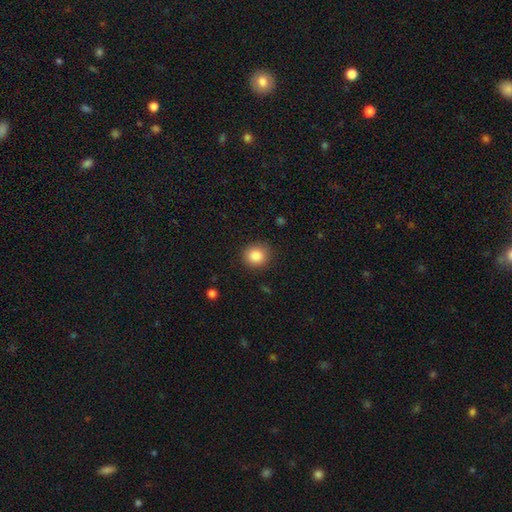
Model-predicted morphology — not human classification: This is clearly a smooth galaxy (87%). How rounded: clearly round (84%). Merging: clearly none (86%).